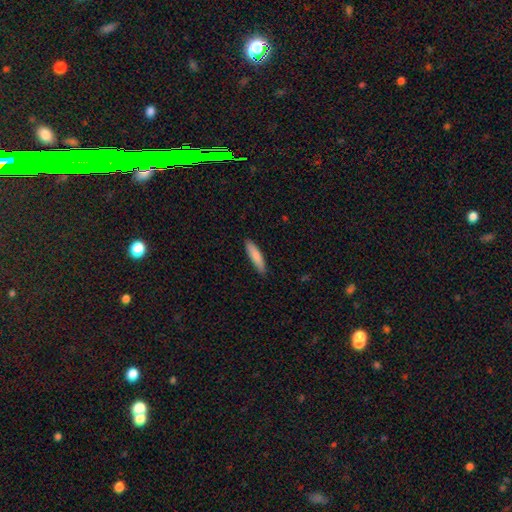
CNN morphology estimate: smooth-or-featured: smooth: 85% | featured or disk: 10% | star or artifact: 5%
  how-rounded: cigar-shaped: 79% | in between: 20% | round: 1%
  merging: none: 89% | minor disturbance: 8% | major disturbance: 2% | merger: 1%